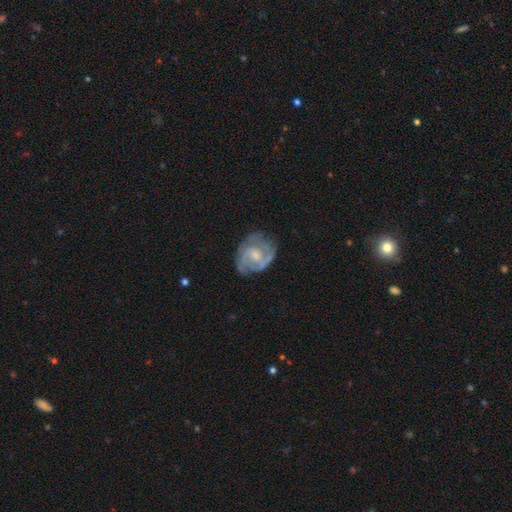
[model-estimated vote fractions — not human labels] Smooth or featured? Predicted: featured or disk (p=0.77). Edge-on disk? Predicted: no (p=0.98). Bar? Predicted: no (p=0.62). Spiral arms? Predicted: yes (p=0.87). Spiral winding? Predicted: tight (p=0.47). Spiral arm count? Predicted: 2 (p=0.41). Bulge size? Predicted: moderate (p=0.50). Merging? Predicted: none (p=0.65).